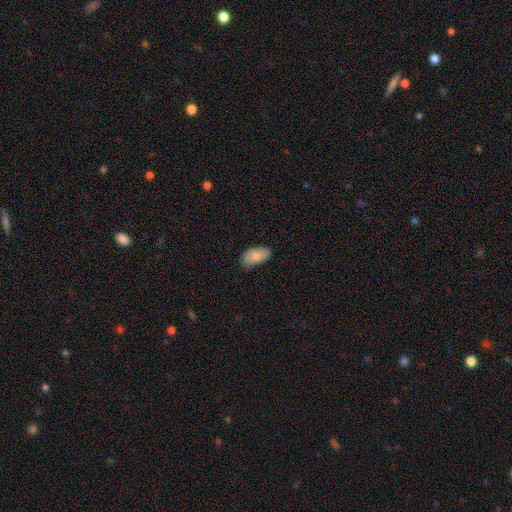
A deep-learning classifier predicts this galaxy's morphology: smooth 82%, featured or disk 11%, star or artifact 7%. Down the decision tree: how rounded — in between (94%); merging — none (66%).